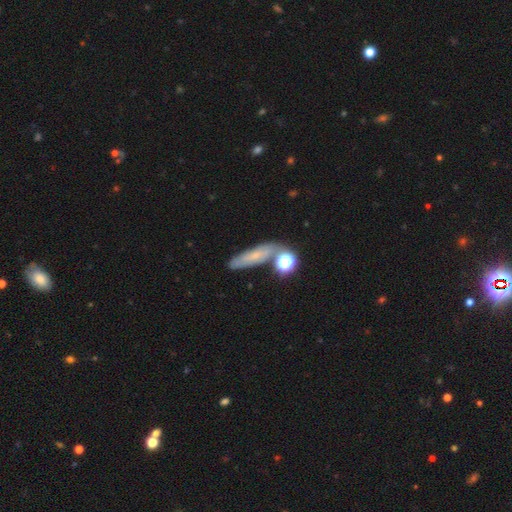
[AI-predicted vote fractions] A smooth galaxy with no disk features (55%) that is cigar-shaped (55%). Merging: none (67%).